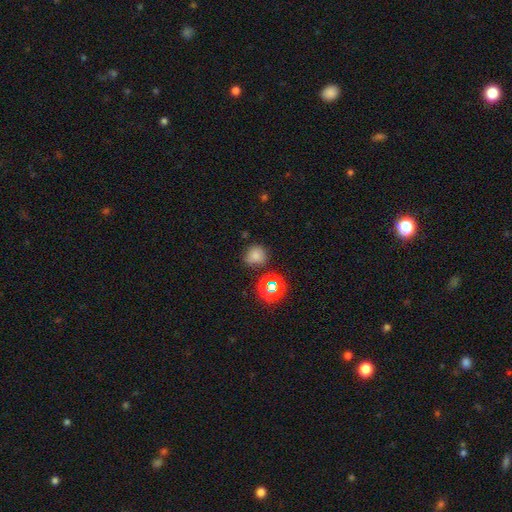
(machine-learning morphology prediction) A smooth galaxy with no disk features (73%) that is round (81%). Merging: none (74%).